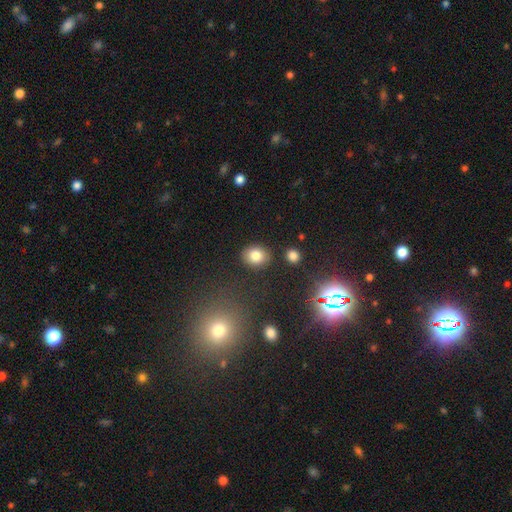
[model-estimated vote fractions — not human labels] This appears to be a smooth galaxy with no disk features (80%) that is round (60%). Merging: none (87%).